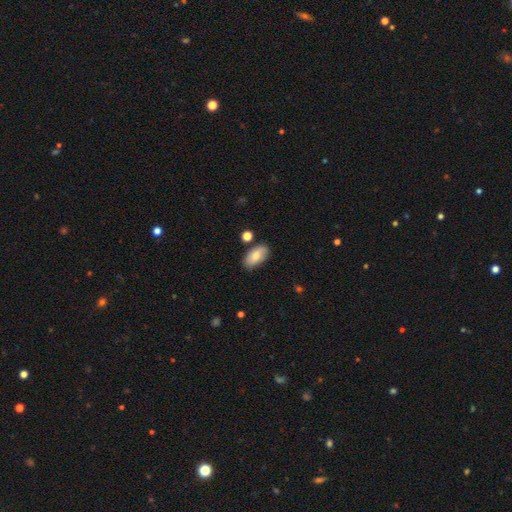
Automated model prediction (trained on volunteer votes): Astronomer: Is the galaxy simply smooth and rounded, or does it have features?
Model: smooth — 75%.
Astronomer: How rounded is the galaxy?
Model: in between — 92%.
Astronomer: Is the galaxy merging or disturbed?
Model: none — 81%.